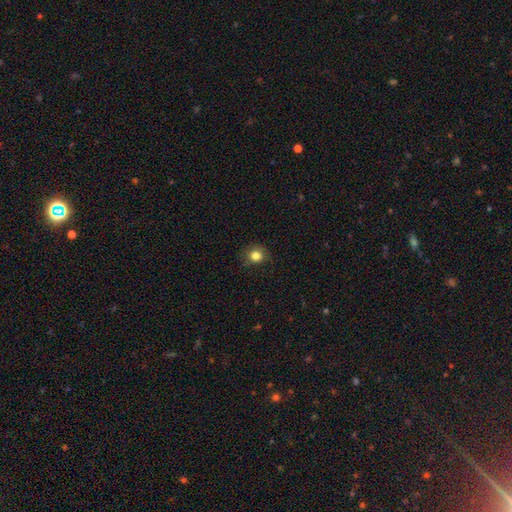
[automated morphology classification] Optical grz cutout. It shows a smooth galaxy with no disk features (82%) that is round (80%). Merging: none (80%).